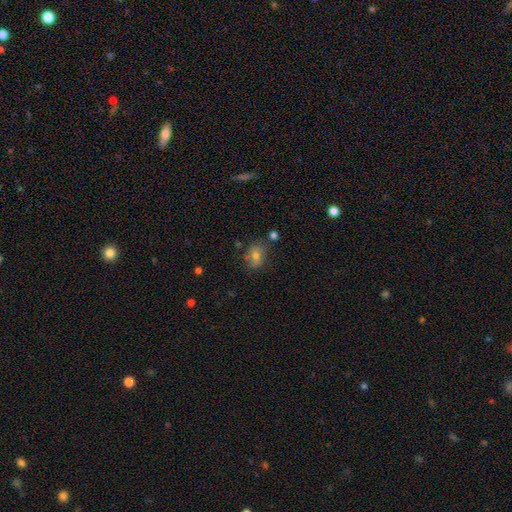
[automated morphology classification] smooth_or_featured: smooth (p=0.64) [alt: featured or disk p=0.20]
how_rounded: in between (p=0.58) [alt: round p=0.40]
merging: none (p=0.72) [alt: minor disturbance p=0.18]